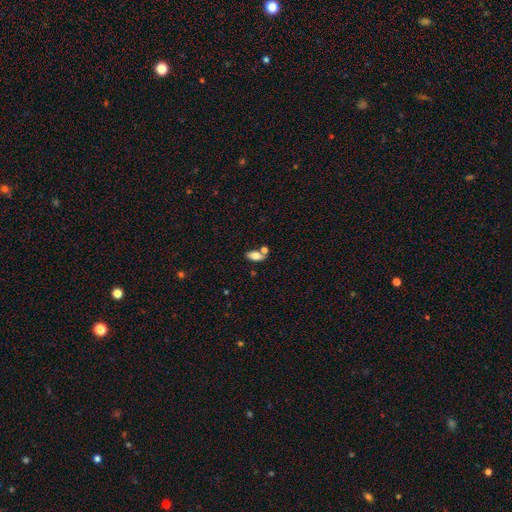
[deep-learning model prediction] Smooth or featured?
  - smooth: 78% *
  - featured or disk: 13%
  - star or artifact: 8%
How rounded?
  - in between: 90% *
  - cigar-shaped: 6%
  - round: 4%
Merging?
  - none: 61% *
  - merger: 23%
  - minor disturbance: 12%
  - major disturbance: 4%